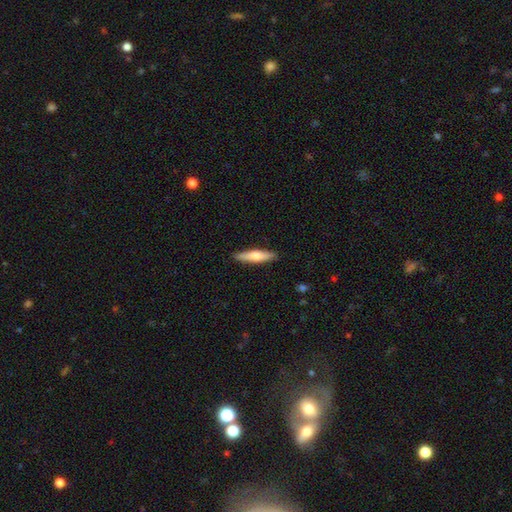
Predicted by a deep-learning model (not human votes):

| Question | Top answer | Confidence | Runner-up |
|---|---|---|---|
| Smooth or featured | smooth | 61% | featured or disk (34%) |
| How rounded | cigar-shaped | 81% | in between (18%) |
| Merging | none | 90% | minor disturbance (7%) |